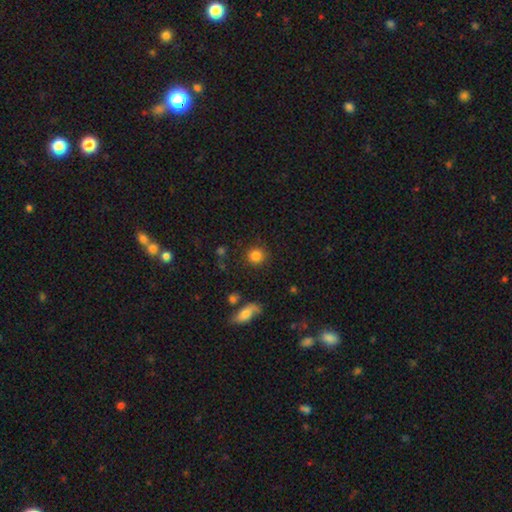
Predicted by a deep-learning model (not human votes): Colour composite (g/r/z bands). It shows a smooth galaxy with no disk features (84%) that is round (90%). Merging: none (87%).